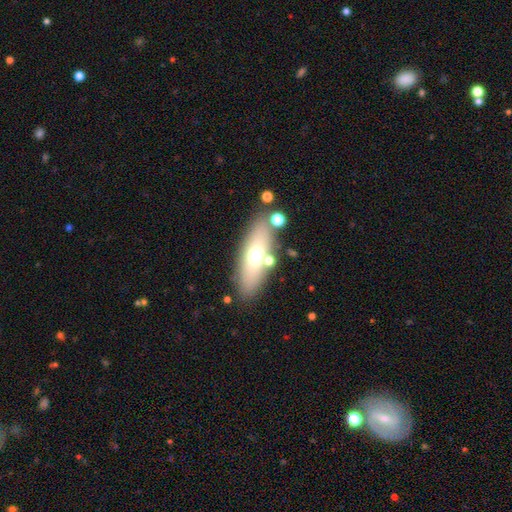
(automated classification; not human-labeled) smooth 61%, featured or disk 29%, star or artifact 10%. Down the decision tree: how rounded — in between (65%); merging — none (77%).